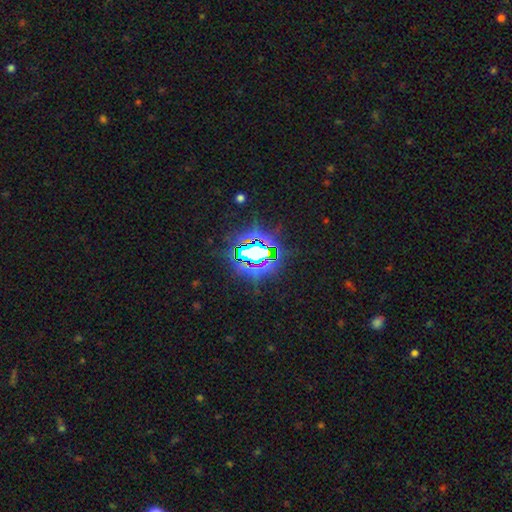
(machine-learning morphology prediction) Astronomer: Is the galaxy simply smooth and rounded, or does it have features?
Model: star or artifact — 76%.